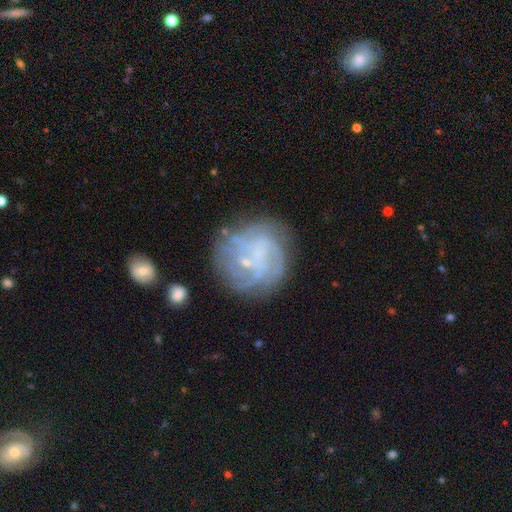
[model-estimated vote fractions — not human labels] smooth_or_featured: featured or disk (p=0.71) [alt: smooth p=0.20]
disk_edge_on: no (p=0.98) [alt: yes p=0.02]
bar: no (p=0.59) [alt: weak p=0.33]
has_spiral_arms: yes (p=0.79) [alt: no p=0.21]
spiral_winding: tight (p=0.54) [alt: medium p=0.31]
spiral_arm_count: can't tell (p=0.45) [alt: 4 p=0.16]
bulge_size: small (p=0.61) [alt: none p=0.27]
merging: none (p=0.67) [alt: minor disturbance p=0.17]